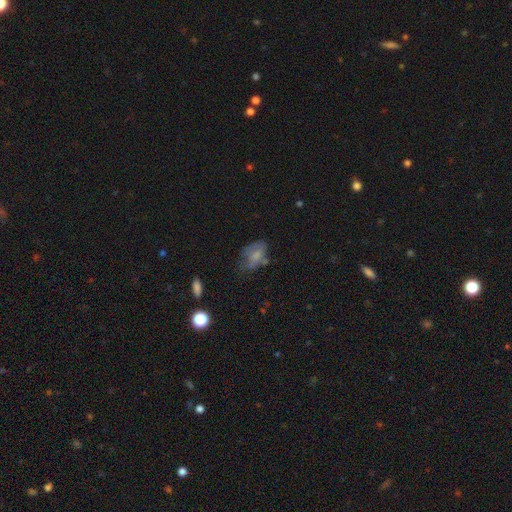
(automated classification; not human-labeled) Smooth or featured?
  - smooth: 61% *
  - featured or disk: 29%
  - star or artifact: 10%
How rounded?
  - in between: 85% *
  - round: 12%
  - cigar-shaped: 3%
Merging?
  - none: 38% *
  - minor disturbance: 33%
  - major disturbance: 23%
  - merger: 6%